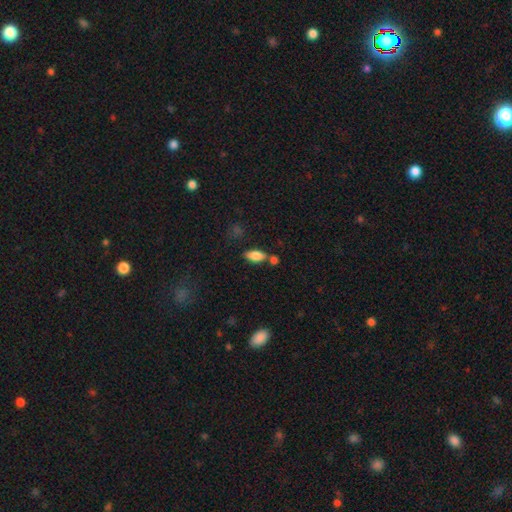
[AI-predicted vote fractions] Q: Smooth or featured?
A: smooth (82%); runner-up: featured or disk (11%)
Q: How rounded?
A: in between (86%); runner-up: cigar-shaped (11%)
Q: Merging?
A: none (65%); runner-up: merger (16%)